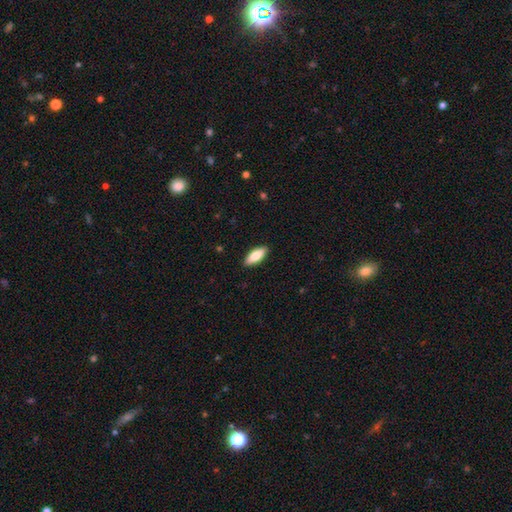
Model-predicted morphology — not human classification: smooth_or_featured: smooth (p=0.81) [alt: featured or disk p=0.13]
how_rounded: in between (p=0.73) [alt: cigar-shaped p=0.26]
merging: none (p=0.89) [alt: minor disturbance p=0.08]